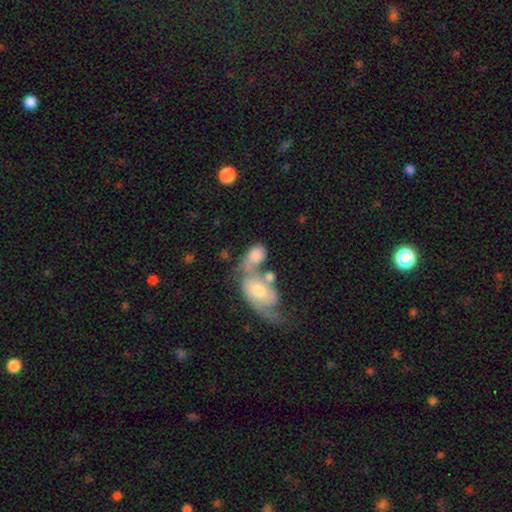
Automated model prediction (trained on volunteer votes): smooth_or_featured: smooth (p=0.67) [alt: featured or disk p=0.26]
how_rounded: in between (p=0.82) [alt: round p=0.16]
merging: merger (p=0.55) [alt: none p=0.18]